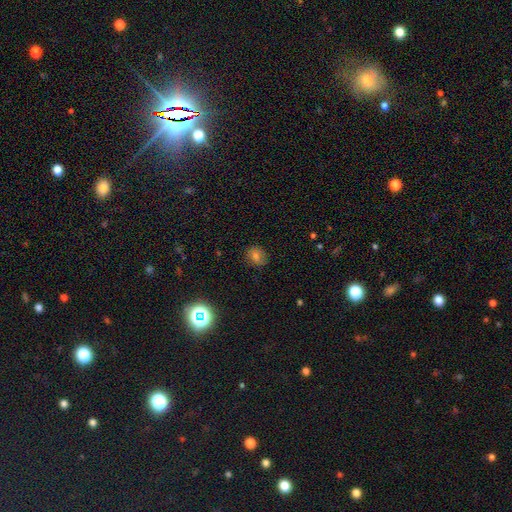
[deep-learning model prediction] smooth-or-featured: smooth: 67% | star or artifact: 19% | featured or disk: 14%
  how-rounded: round: 64% | in between: 35% | cigar-shaped: 1%
  merging: none: 83% | minor disturbance: 13% | major disturbance: 3% | merger: 1%